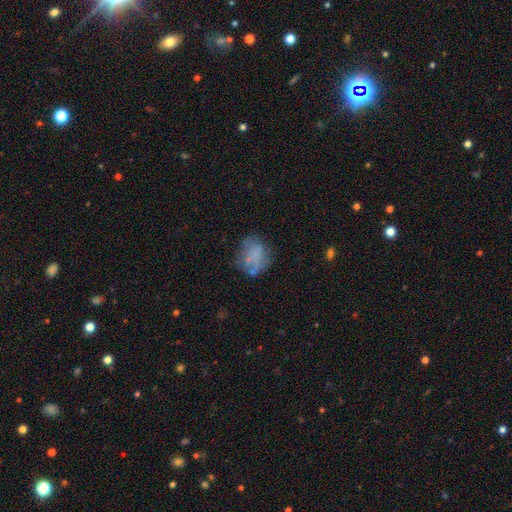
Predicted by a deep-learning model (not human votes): Smooth or featured: smooth — 55% (featured or disk — 32%)
How rounded: round — 57% (in between — 42%)
Merging: none — 55% (minor disturbance — 23%)